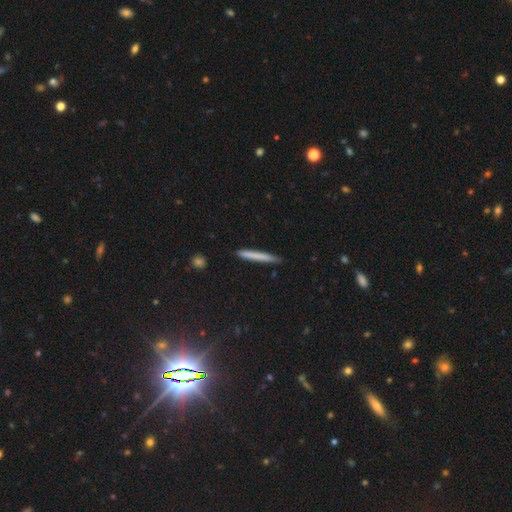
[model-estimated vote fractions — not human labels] The model was most divided on "smooth or featured": smooth: 72%, featured or disk: 22%, star or artifact: 6%. More confident: how rounded — cigar-shaped (97%); merging — none (89%).